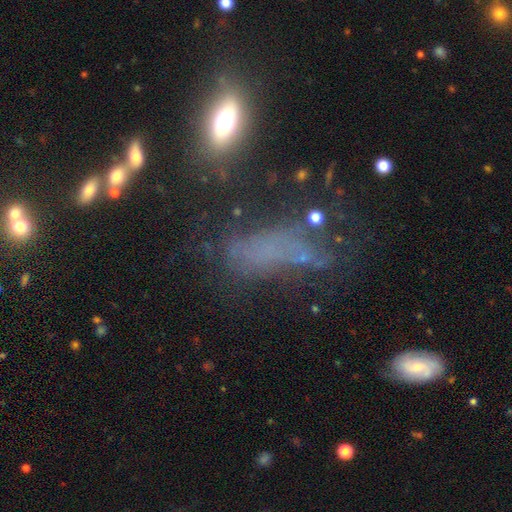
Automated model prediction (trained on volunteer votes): This appears to be a smooth galaxy with no disk features (44%). Merging: none (36%).